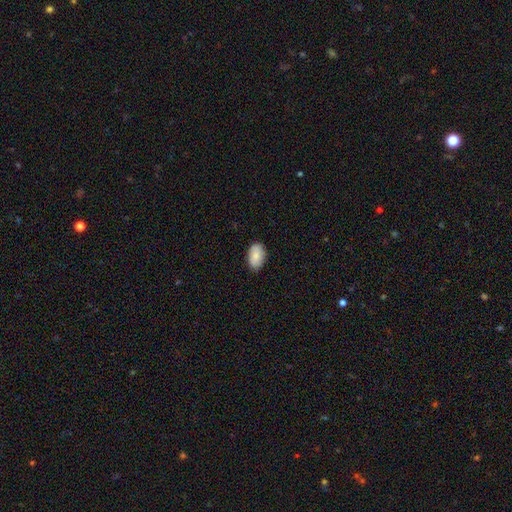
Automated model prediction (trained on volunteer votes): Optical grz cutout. It shows a smooth galaxy with no disk features (83%) that is in between round and cigar-shaped (92%). Merging: none (84%).